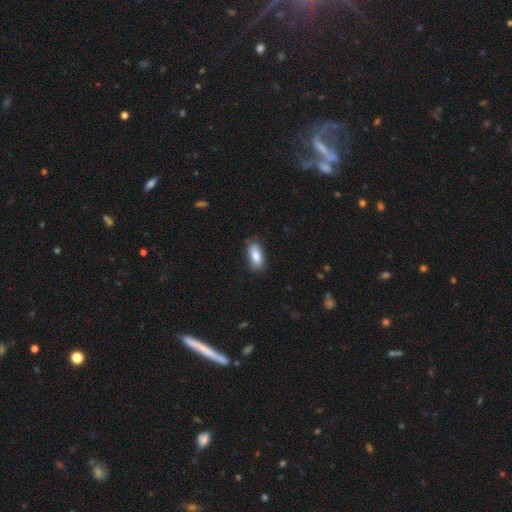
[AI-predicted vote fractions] smooth-or-featured: smooth: 84% | featured or disk: 9% | star or artifact: 7%
  how-rounded: in between: 89% | cigar-shaped: 8% | round: 3%
  merging: none: 80% | minor disturbance: 15% | major disturbance: 3% | merger: 1%